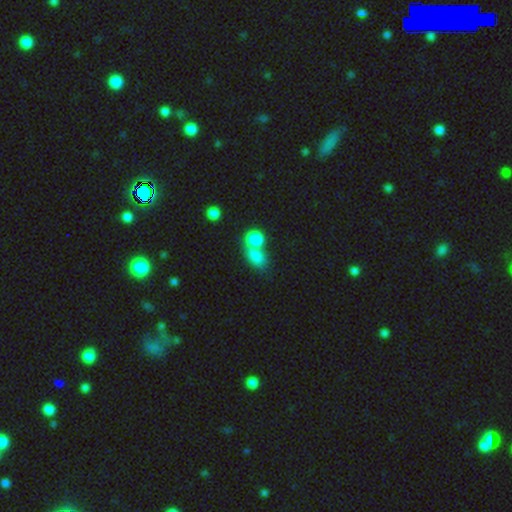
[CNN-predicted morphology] smooth-or-featured: smooth: 80% | star or artifact: 12% | featured or disk: 8%
  how-rounded: in between: 59% | round: 39% | cigar-shaped: 2%
  merging: merger: 49% | none: 36% | minor disturbance: 10% | major disturbance: 5%